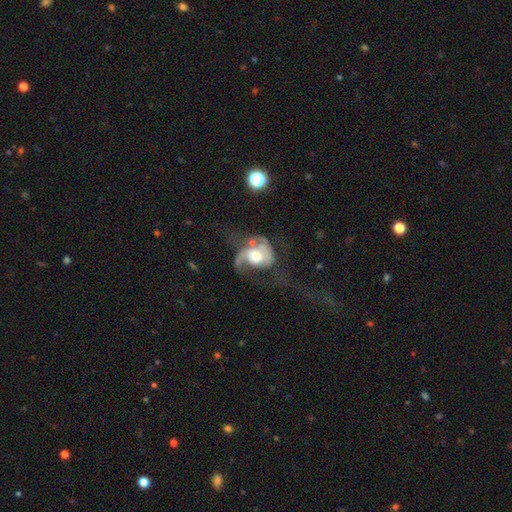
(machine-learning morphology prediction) Smooth or featured: featured or disk — 72% (smooth — 21%)
Edge-on disk: no — 97% (yes — 3%)
Bar: no — 69% (weak — 25%)
Spiral arms: yes — 85% (no — 15%)
Spiral winding: loose — 42% (medium — 40%)
Spiral arm count: 1 — 42% (2 — 40%)
Bulge size: moderate — 56% (large — 25%)
Merging: major disturbance — 48% (none — 28%)